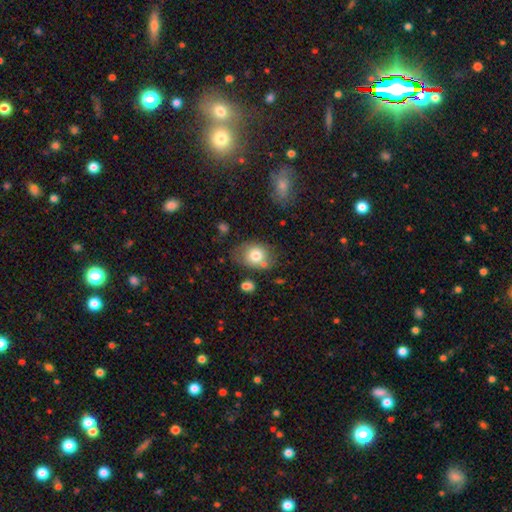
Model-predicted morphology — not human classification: smooth-or-featured: smooth: 77% | featured or disk: 14% | star or artifact: 9%
  how-rounded: in between: 58% | round: 41% | cigar-shaped: 1%
  merging: none: 62% | minor disturbance: 22% | merger: 9% | major disturbance: 7%